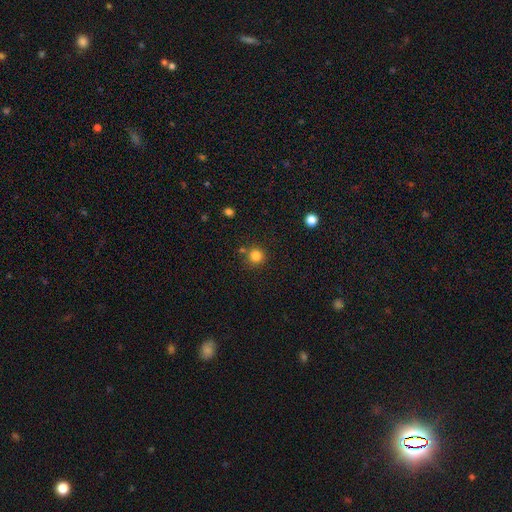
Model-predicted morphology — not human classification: A smooth galaxy with no disk features (82%) that is round (94%). Merging: none (80%).